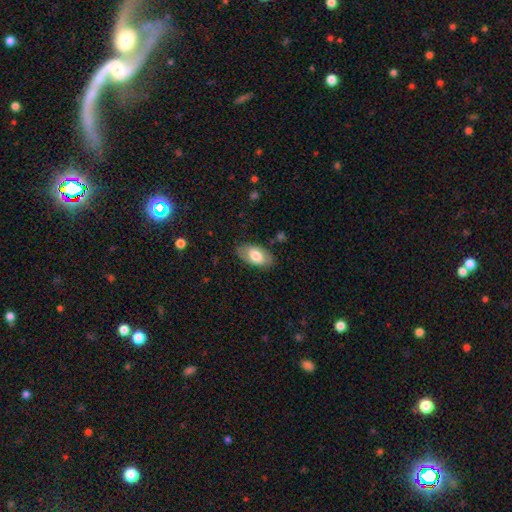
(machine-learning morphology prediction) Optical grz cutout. It shows a smooth galaxy with no disk features (70%) that is in between round and cigar-shaped (94%). Merging: none (83%).